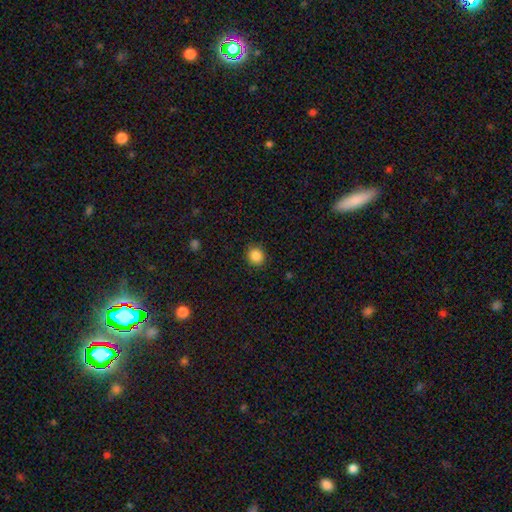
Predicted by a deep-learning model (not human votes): Smooth or featured?
  - smooth: 87% *
  - star or artifact: 10%
  - featured or disk: 3%
How rounded?
  - round: 85% *
  - in between: 14%
  - cigar-shaped: 1%
Merging?
  - none: 89% *
  - minor disturbance: 8%
  - major disturbance: 2%
  - merger: 1%